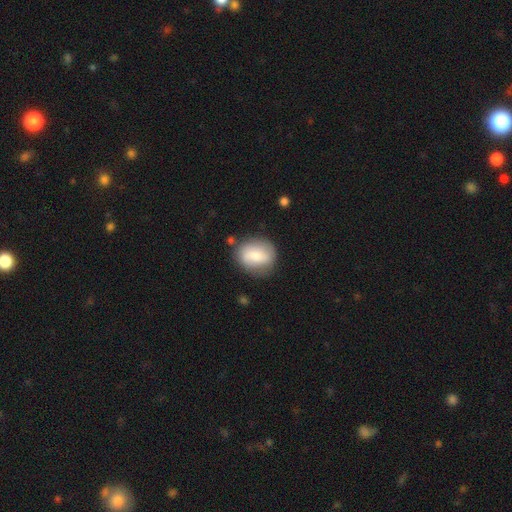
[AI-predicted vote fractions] Morphology: type=smooth (65%); roundness=round (61%); merging=none (73%).